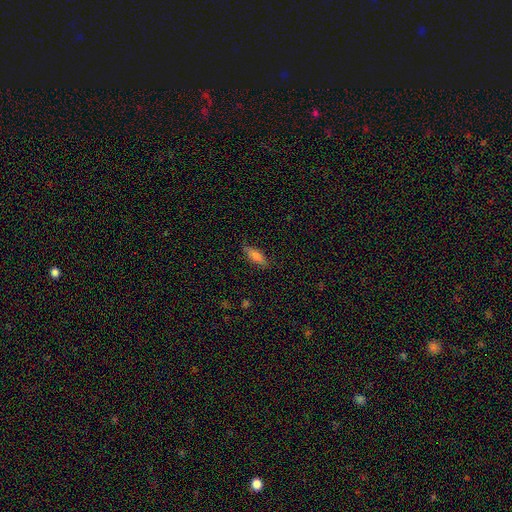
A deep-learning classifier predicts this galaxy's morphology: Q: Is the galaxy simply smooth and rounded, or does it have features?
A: smooth — 73%.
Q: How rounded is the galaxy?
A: in between — 58%.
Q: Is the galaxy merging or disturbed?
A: none — 81%.